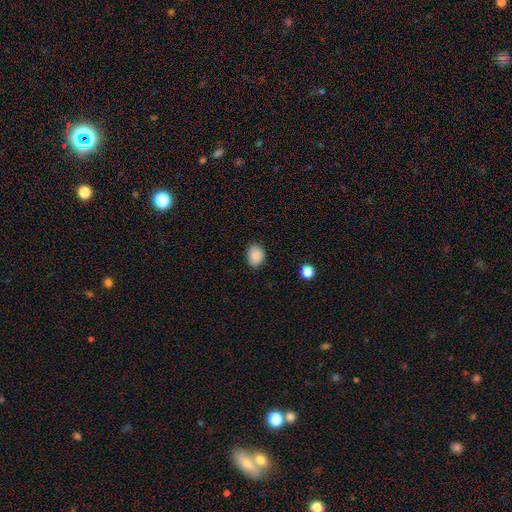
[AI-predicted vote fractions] Smooth or featured? smooth (88%)
How rounded? in between (56%)
Merging? none (84%)